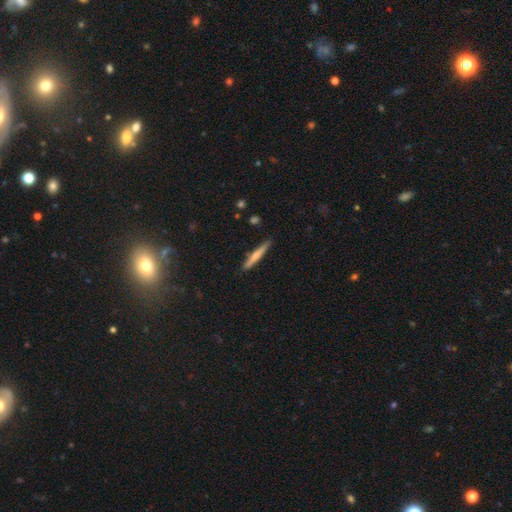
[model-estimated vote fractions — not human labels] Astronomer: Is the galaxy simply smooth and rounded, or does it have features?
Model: smooth — 53% (runner-up: featured or disk, 41%).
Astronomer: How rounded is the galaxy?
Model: cigar-shaped — 94%.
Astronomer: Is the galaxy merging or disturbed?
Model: none — 88%.